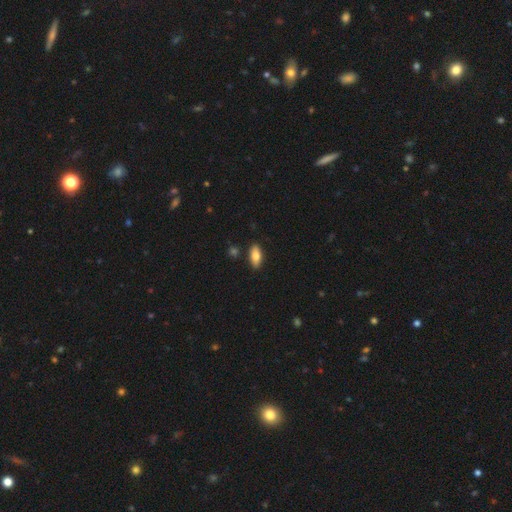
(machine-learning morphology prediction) Smooth or featured? smooth (80%)
How rounded? in between (83%)
Merging? none (86%)